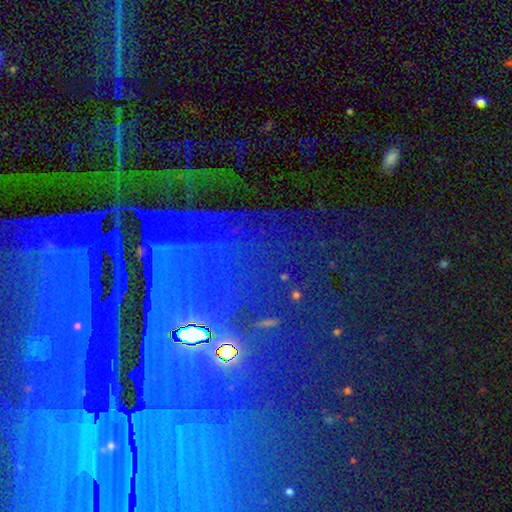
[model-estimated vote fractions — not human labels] A star or artifact, not a galaxy (75%).

Vote fractions:
- Smooth or featured? star or artifact: 75% / featured or disk: 14% / smooth: 11%